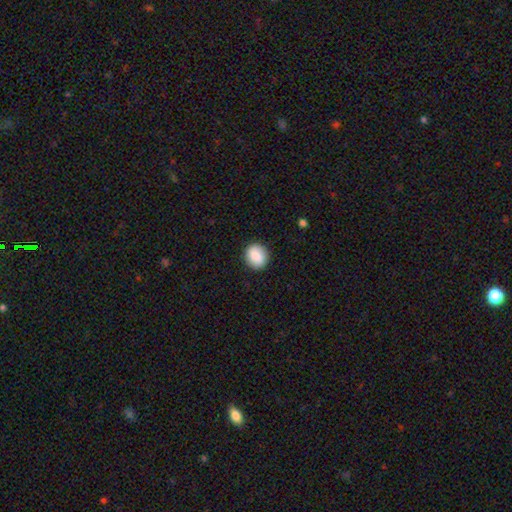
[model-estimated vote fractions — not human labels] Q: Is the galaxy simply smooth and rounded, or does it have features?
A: smooth — 86%.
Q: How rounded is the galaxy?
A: round — 74%.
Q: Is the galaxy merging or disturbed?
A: none — 87%.